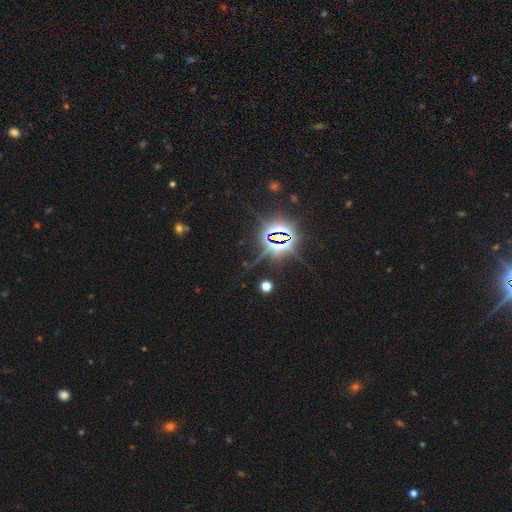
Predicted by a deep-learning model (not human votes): This appears to be a star or artifact, not a galaxy (84%).